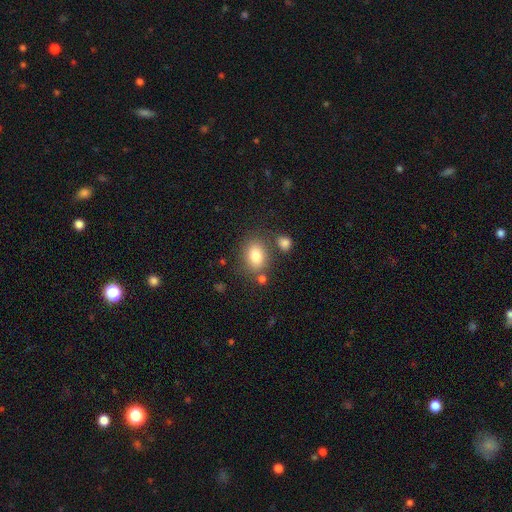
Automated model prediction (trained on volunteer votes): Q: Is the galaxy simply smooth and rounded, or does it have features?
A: smooth — 82%.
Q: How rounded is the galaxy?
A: in between — 69%.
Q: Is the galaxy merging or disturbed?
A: none — 70%.